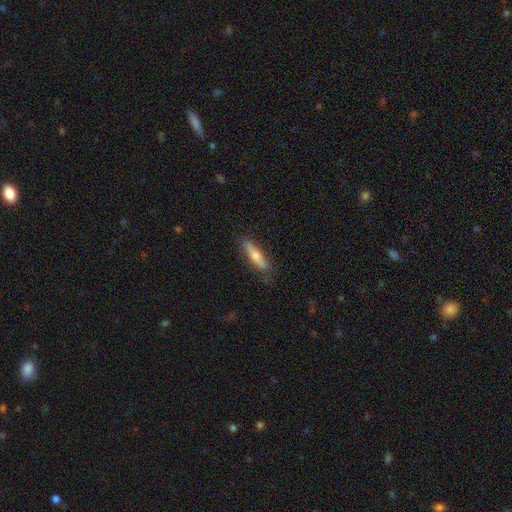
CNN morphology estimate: Smooth or featured? Predicted: smooth (p=0.49). Merging? Predicted: none (p=0.80).